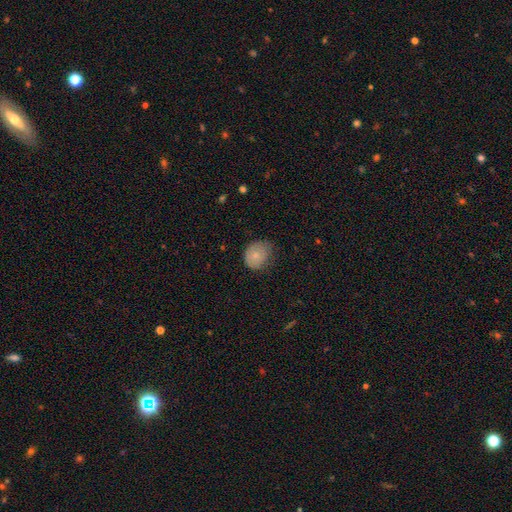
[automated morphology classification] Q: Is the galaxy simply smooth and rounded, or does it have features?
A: smooth — 80%.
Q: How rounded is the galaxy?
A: round — 53%.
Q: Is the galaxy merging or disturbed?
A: none — 55%.